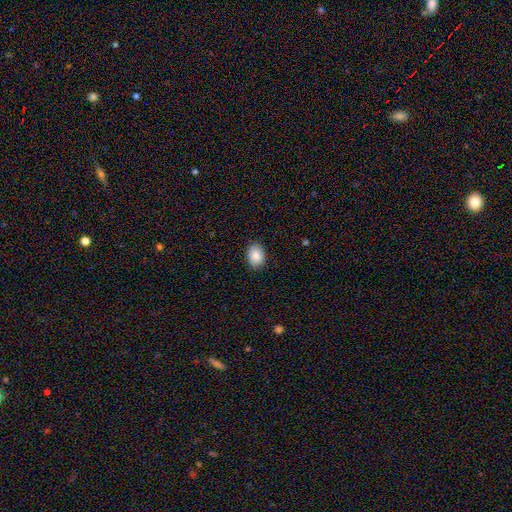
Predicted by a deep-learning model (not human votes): Smooth or featured?
  - smooth: 87% *
  - star or artifact: 7%
  - featured or disk: 6%
How rounded?
  - in between: 76% *
  - round: 23%
  - cigar-shaped: 1%
Merging?
  - none: 88% *
  - minor disturbance: 9%
  - major disturbance: 2%
  - merger: 1%